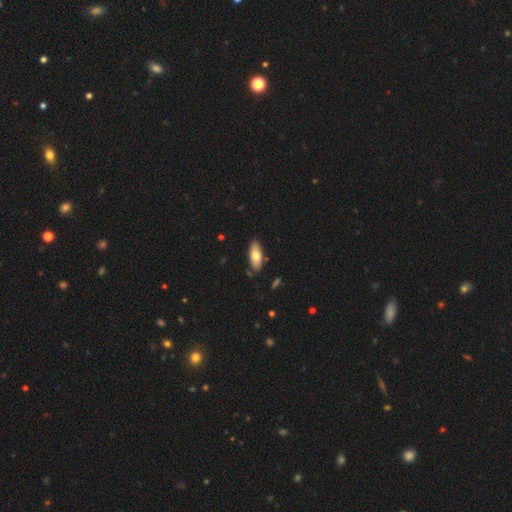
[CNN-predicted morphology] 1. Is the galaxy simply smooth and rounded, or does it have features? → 71% smooth, 23% featured or disk, 6% star or artifact.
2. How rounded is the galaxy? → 82% in between, 15% cigar-shaped, 2% round.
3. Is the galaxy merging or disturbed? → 83% none, 12% minor disturbance, 2% merger, 2% major disturbance.